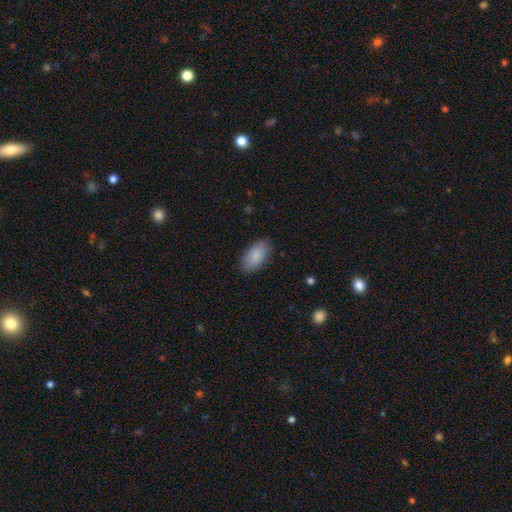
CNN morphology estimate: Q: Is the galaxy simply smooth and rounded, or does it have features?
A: smooth — 87%.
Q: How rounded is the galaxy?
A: in between — 93%.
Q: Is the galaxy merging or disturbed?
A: none — 85%.